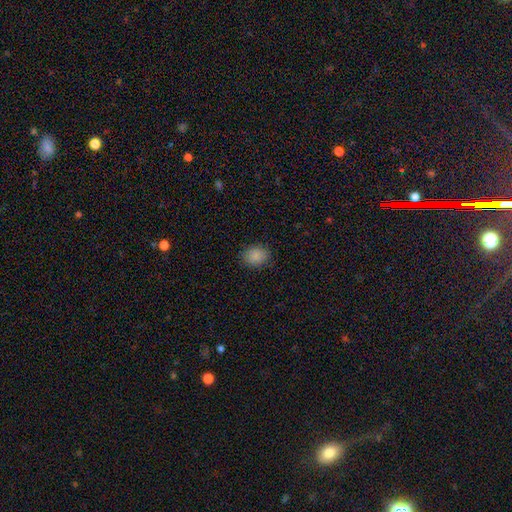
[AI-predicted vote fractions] Smooth or featured? Predicted: smooth (p=0.86). How rounded? Predicted: in between (p=0.55). Merging? Predicted: none (p=0.87).